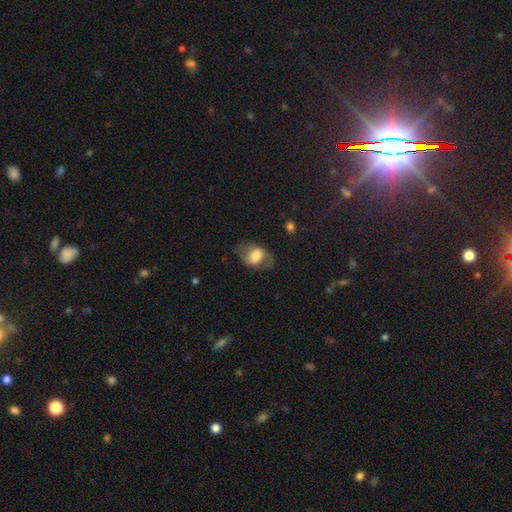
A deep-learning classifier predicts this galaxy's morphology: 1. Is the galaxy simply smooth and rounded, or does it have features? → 52% smooth, 40% featured or disk, 8% star or artifact.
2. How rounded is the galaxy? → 74% in between, 25% round, 1% cigar-shaped.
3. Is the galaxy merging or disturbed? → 59% none, 22% minor disturbance, 17% major disturbance, 2% merger.